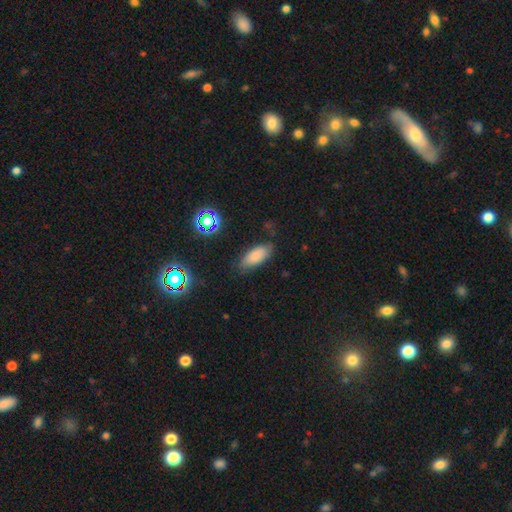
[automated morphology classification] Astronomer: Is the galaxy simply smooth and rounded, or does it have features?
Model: smooth — 81%.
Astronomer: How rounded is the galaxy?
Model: in between — 85%.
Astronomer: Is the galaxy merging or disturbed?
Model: none — 75%.